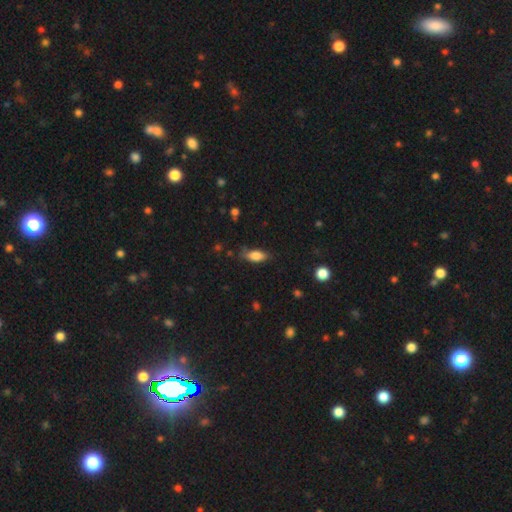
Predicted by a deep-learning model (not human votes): Smooth or featured?
  - smooth: 80% *
  - featured or disk: 12%
  - star or artifact: 8%
How rounded?
  - in between: 77% *
  - cigar-shaped: 20%
  - round: 3%
Merging?
  - none: 73% *
  - minor disturbance: 21%
  - major disturbance: 5%
  - merger: 2%